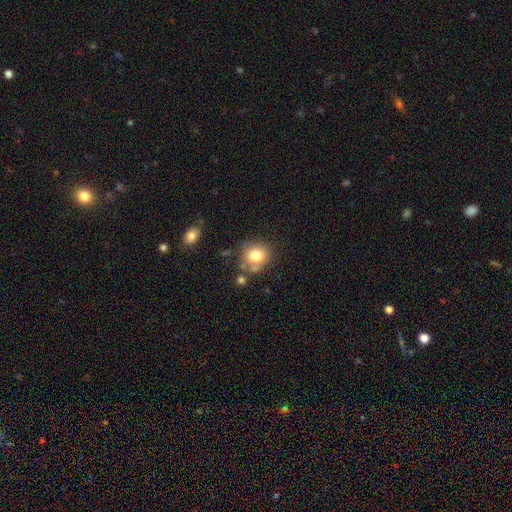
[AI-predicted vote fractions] Smooth or featured: smooth — 78% (featured or disk — 12%)
How rounded: round — 78% (in between — 21%)
Merging: none — 65% (minor disturbance — 17%)